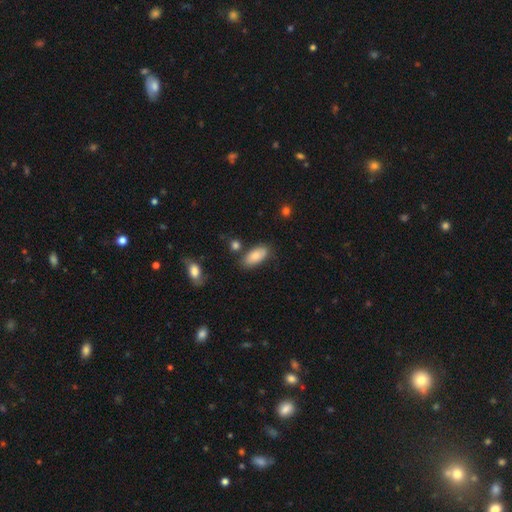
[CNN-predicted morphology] A smooth galaxy with no disk features (83%) that is in between round and cigar-shaped (88%).

Vote fractions:
- Smooth or featured? smooth: 83% / featured or disk: 10% / star or artifact: 7%
- How rounded? in between: 88% / cigar-shaped: 9% / round: 3%
- Merging? none: 75% / minor disturbance: 15% / merger: 6% / major disturbance: 4%